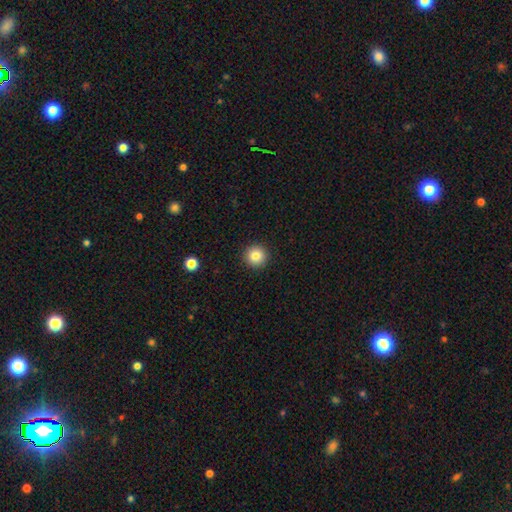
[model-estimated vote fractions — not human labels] This is clearly a smooth galaxy (84%). How rounded: clearly round (96%). Merging: clearly none (93%).